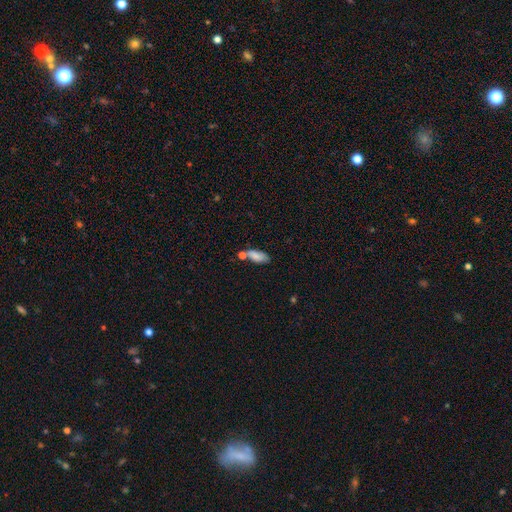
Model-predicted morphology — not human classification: Overall: smooth (79%). How rounded: in between (81%). Merging: none (49%; merger 25%).